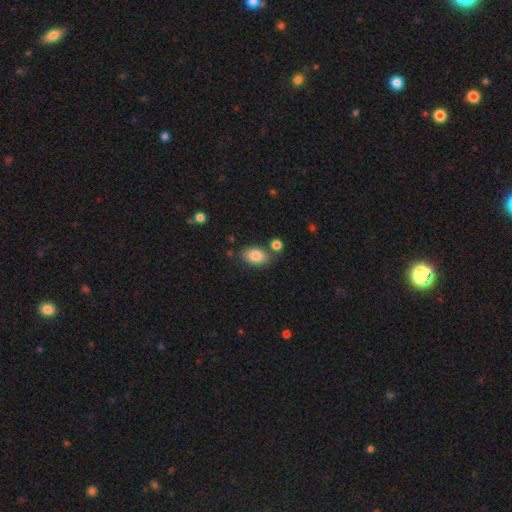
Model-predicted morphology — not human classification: A smooth galaxy with no disk features (86%) that is in between round and cigar-shaped (90%). Merging: none (74%).